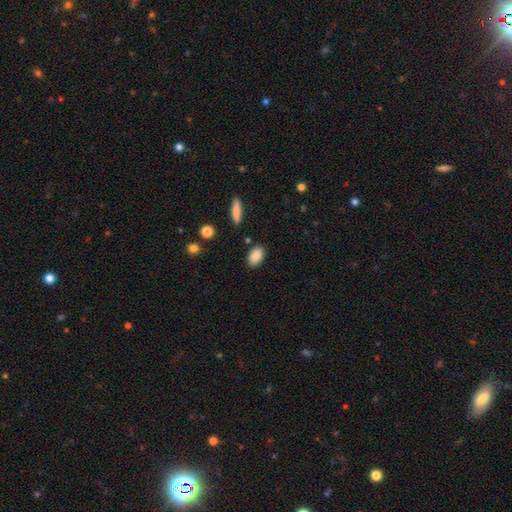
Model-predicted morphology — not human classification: Smooth or featured? smooth (87%)
How rounded? in between (90%)
Merging? none (85%)